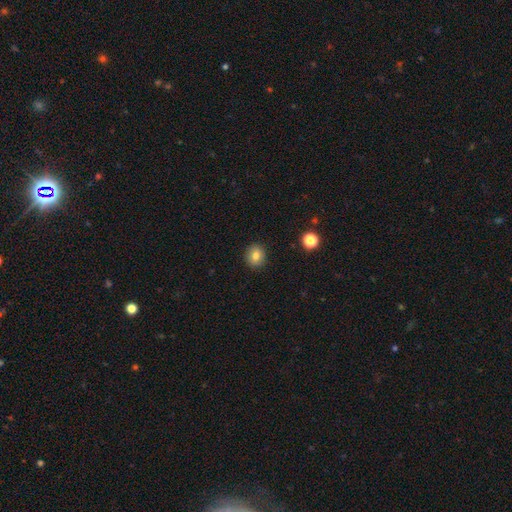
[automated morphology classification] smooth_or_featured: smooth (p=0.81) [alt: star or artifact p=0.11]
how_rounded: round (p=0.79) [alt: in between p=0.20]
merging: none (p=0.90) [alt: minor disturbance p=0.07]